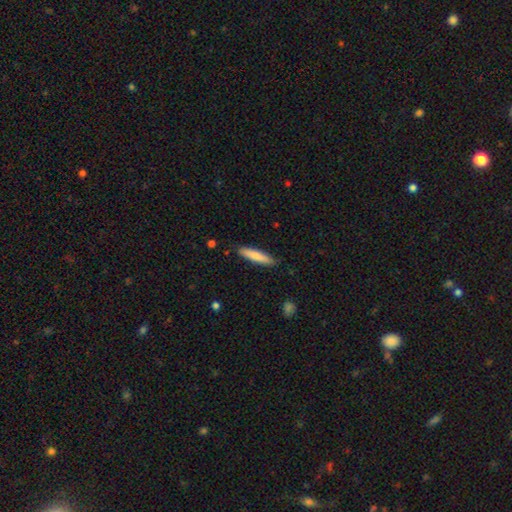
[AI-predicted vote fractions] Smooth or featured? Predicted: smooth (p=0.80). How rounded? Predicted: cigar-shaped (p=0.83). Merging? Predicted: none (p=0.87).